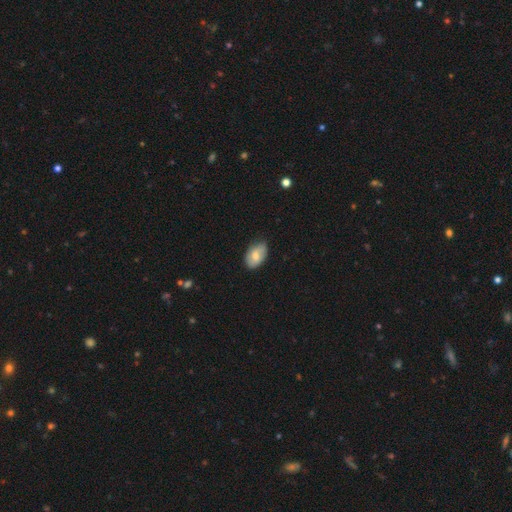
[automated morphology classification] A smooth galaxy with no disk features (70%) that is in between round and cigar-shaped (92%).

Vote fractions:
- Smooth or featured? smooth: 70% / featured or disk: 23% / star or artifact: 6%
- How rounded? in between: 92% / round: 7% / cigar-shaped: 1%
- Merging? none: 74% / minor disturbance: 22% / major disturbance: 3% / merger: 1%